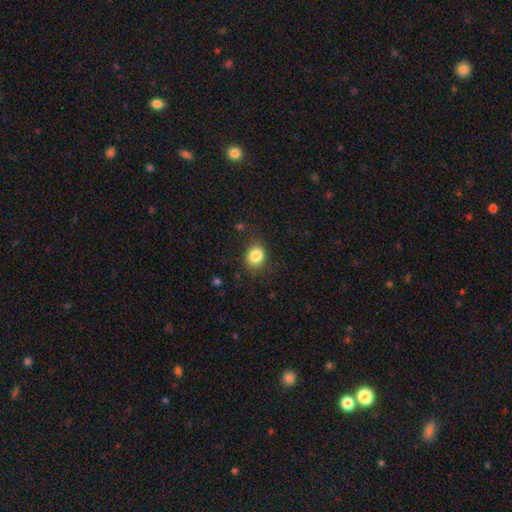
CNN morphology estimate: Q: Smooth or featured?
A: smooth (85%); runner-up: star or artifact (10%)
Q: How rounded?
A: round (61%); runner-up: in between (38%)
Q: Merging?
A: none (78%); runner-up: minor disturbance (16%)